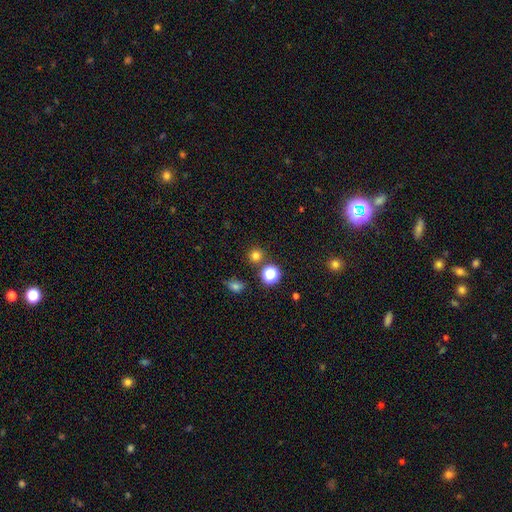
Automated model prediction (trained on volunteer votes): smooth_or_featured: smooth (p=0.74) [alt: star or artifact p=0.20]
how_rounded: round (p=0.92) [alt: in between p=0.07]
merging: none (p=0.84) [alt: minor disturbance p=0.07]